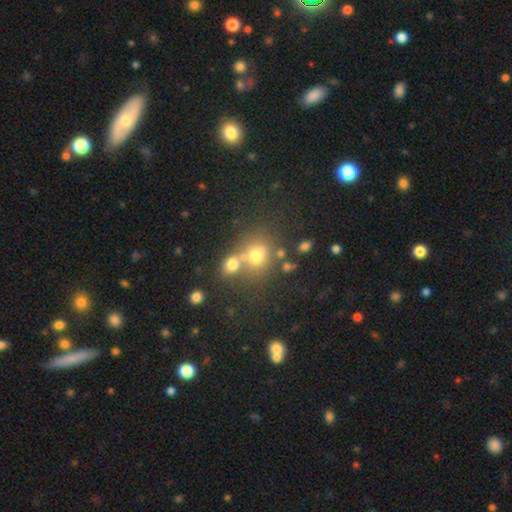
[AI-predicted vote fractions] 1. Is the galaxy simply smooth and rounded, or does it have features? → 66% smooth, 18% star or artifact, 15% featured or disk.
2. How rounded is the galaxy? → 66% round, 33% in between, 1% cigar-shaped.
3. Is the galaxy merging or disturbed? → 45% none, 39% merger, 10% minor disturbance, 5% major disturbance.